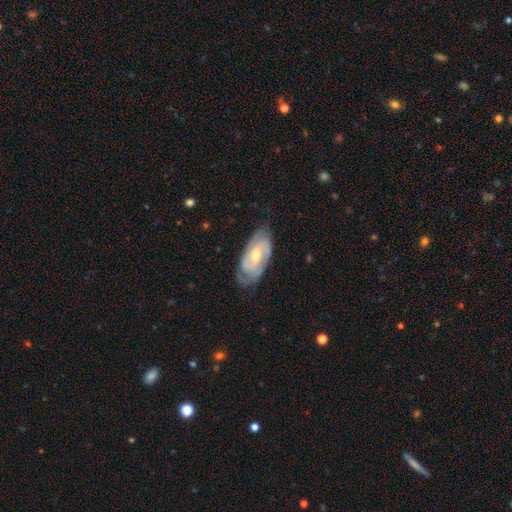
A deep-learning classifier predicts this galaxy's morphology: smooth-or-featured: featured or disk: 80% | smooth: 15% | star or artifact: 5%
  disk-edge-on: no: 94% | yes: 6%
    bar: weak: 44% | no: 43% | strong: 13%
    has-spiral-arms: yes: 93% | no: 7%
      spiral-winding: tight: 58% | medium: 34% | loose: 8%
      spiral-arm-count: 2: 56% | can't tell: 23% | 3: 13% | 4: 3% | 1: 3% | more than 4: 2%
    bulge-size: moderate: 58% | small: 36% | large: 3% | none: 2% | dominant: 1%
  merging: none: 70% | minor disturbance: 22% | major disturbance: 6% | merger: 1%